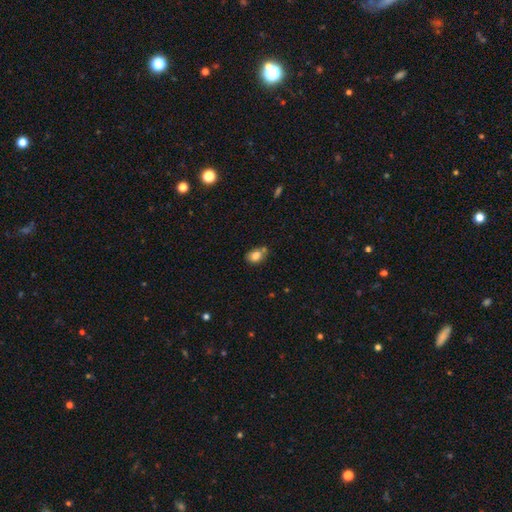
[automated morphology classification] The model was most divided on "merging": none: 55%, minor disturbance: 21%, merger: 18%, major disturbance: 5%. More confident: smooth or featured — smooth (81%); how rounded — in between (66%).